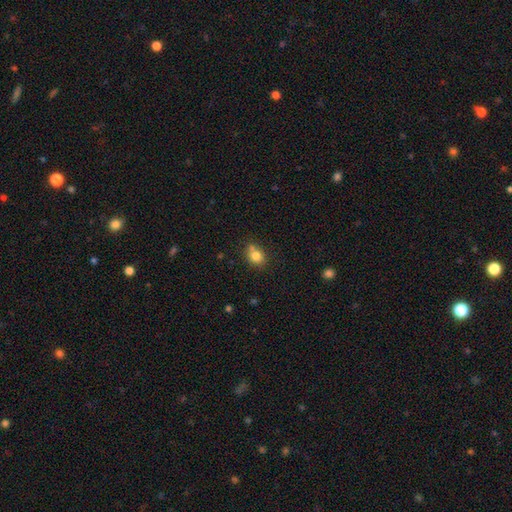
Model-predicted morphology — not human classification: Q: Smooth or featured?
A: smooth (81%); runner-up: star or artifact (11%)
Q: How rounded?
A: round (56%); runner-up: in between (43%)
Q: Merging?
A: none (60%); runner-up: merger (20%)